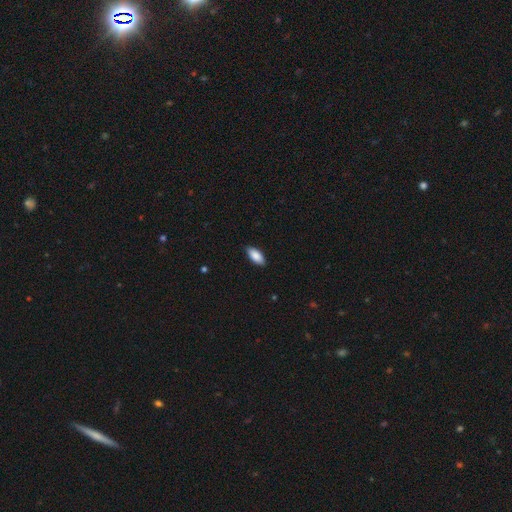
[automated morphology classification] smooth 88%, featured or disk 7%, star or artifact 6%. Down the decision tree: how rounded — in between (88%); merging — none (88%).